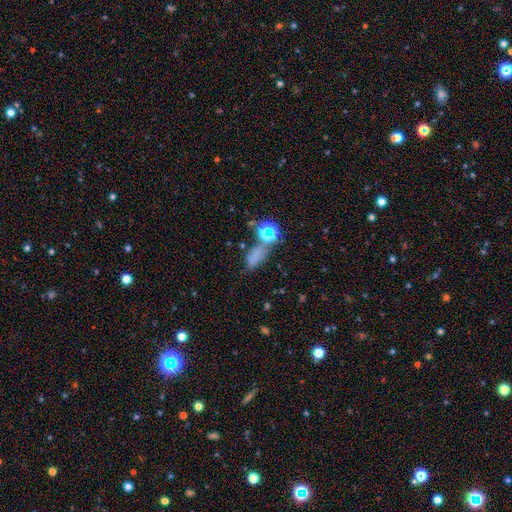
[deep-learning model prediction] smooth_or_featured: smooth (p=0.59) [alt: star or artifact p=0.29]
how_rounded: in between (p=0.68) [alt: round p=0.17]
merging: none (p=0.52) [alt: minor disturbance p=0.19]